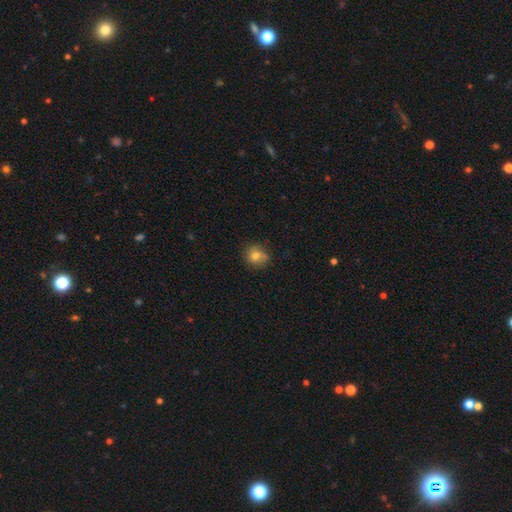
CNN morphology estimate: Overall: smooth (75%). How rounded: round (80%). Merging: none (68%).